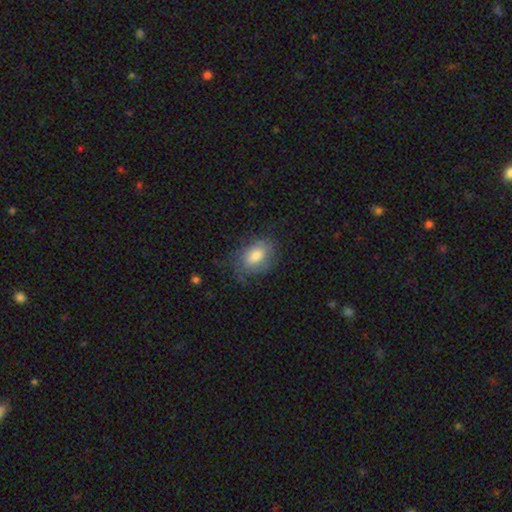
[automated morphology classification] The model was most divided on "smooth or featured": smooth: 59%, featured or disk: 34%, star or artifact: 7%. More confident: how rounded — in between (82%); merging — none (60%).